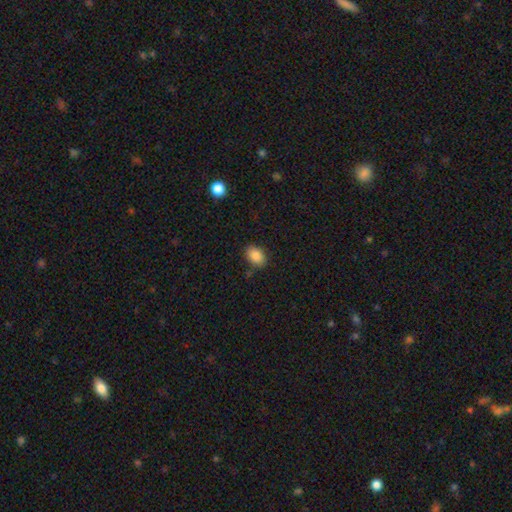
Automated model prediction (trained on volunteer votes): This appears to be a smooth galaxy with no disk features (87%) that is in between round and cigar-shaped (83%). Merging: none (84%).